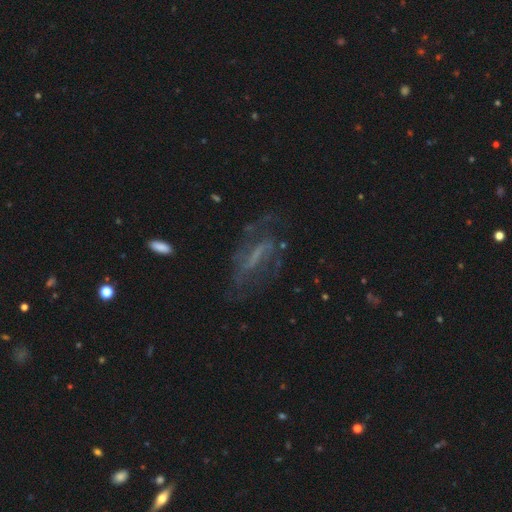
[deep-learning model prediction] Smooth or featured: featured or disk — 68% (smooth — 18%)
Edge-on disk: no — 83% (yes — 17%)
Bar: strong — 43% (weak — 33%)
Spiral arms: yes — 73% (no — 27%)
Bulge size: none — 53% (small — 26%)
Merging: none — 57% (major disturbance — 21%)